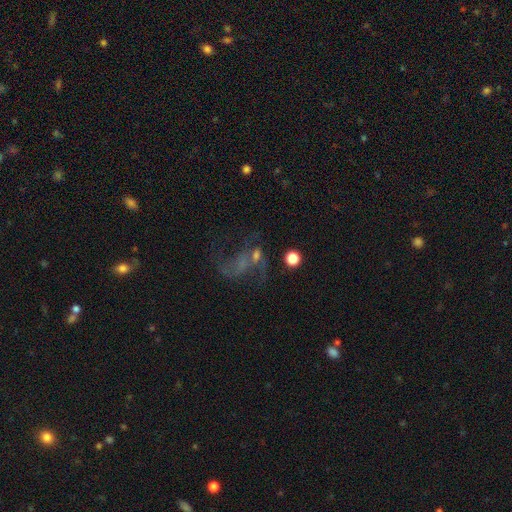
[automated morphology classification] featured or disk 58%, smooth 21%, star or artifact 21%. Down the decision tree: edge-on disk — no (97%); bar — no (68%); spiral arms — yes (61%); bulge size — none (41%); merging — major disturbance (36%).